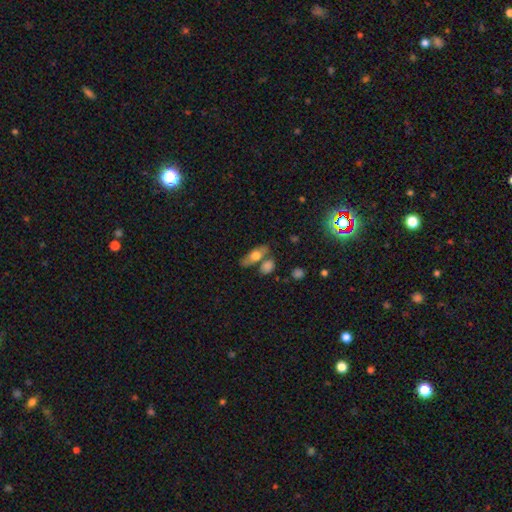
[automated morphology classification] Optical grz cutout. It shows a smooth galaxy with no disk features (61%) that is in between round and cigar-shaped (72%). Merging: none (60%).